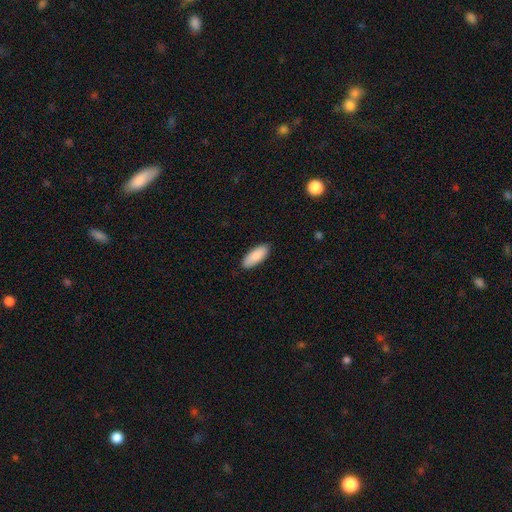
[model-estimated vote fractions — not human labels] smooth-or-featured: smooth: 89% | star or artifact: 6% | featured or disk: 5%
  how-rounded: in between: 80% | cigar-shaped: 19% | round: 1%
  merging: none: 88% | minor disturbance: 9% | major disturbance: 2% | merger: 1%